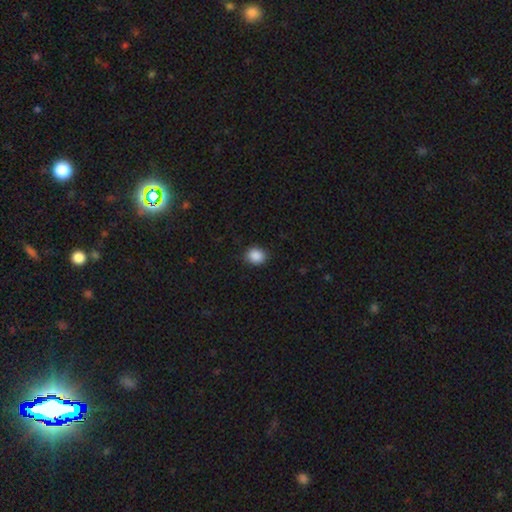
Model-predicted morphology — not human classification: smooth 89%, star or artifact 9%, featured or disk 2%. Down the decision tree: how rounded — round (70%); merging — none (90%).